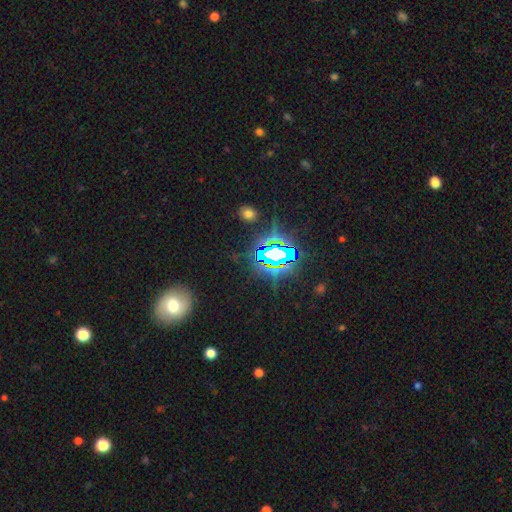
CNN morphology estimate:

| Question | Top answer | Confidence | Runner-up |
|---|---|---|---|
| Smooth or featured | star or artifact | 72% | smooth (16%) |